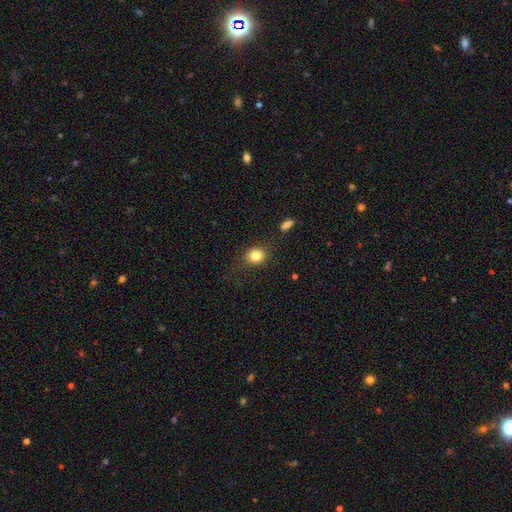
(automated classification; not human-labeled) Smooth or featured: smooth — 82% (star or artifact — 11%)
How rounded: round — 71% (in between — 28%)
Merging: none — 78% (minor disturbance — 13%)